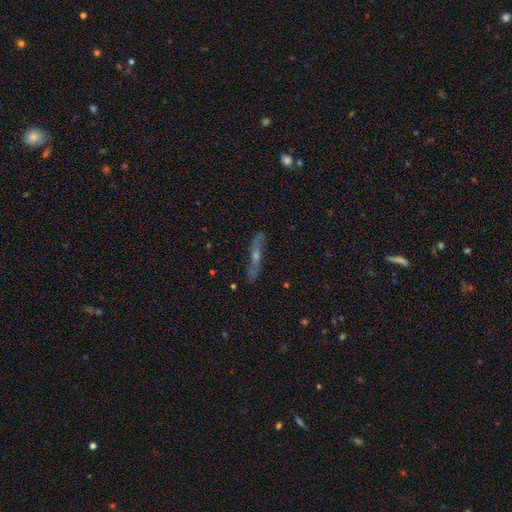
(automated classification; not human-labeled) Smooth or featured: featured or disk — 69% (smooth — 22%)
Edge-on disk: yes — 70% (no — 30%)
Merging: none — 82% (minor disturbance — 13%)